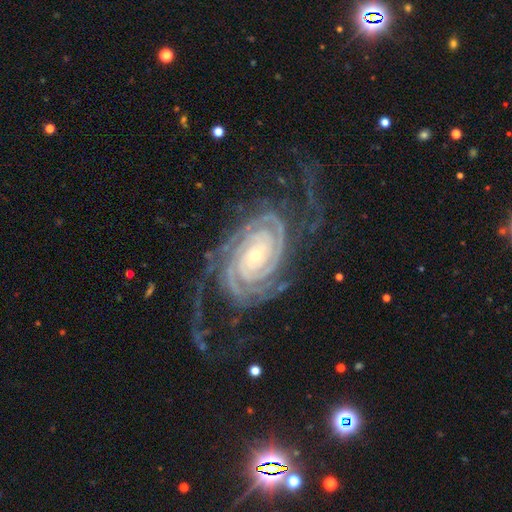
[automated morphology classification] This appears to be a featured or disk galaxy (93%) with no bar (67%), 2 (33%) tight (84%) spiral arms (99%) and a small central bulge (72%). Merging: none (65%).